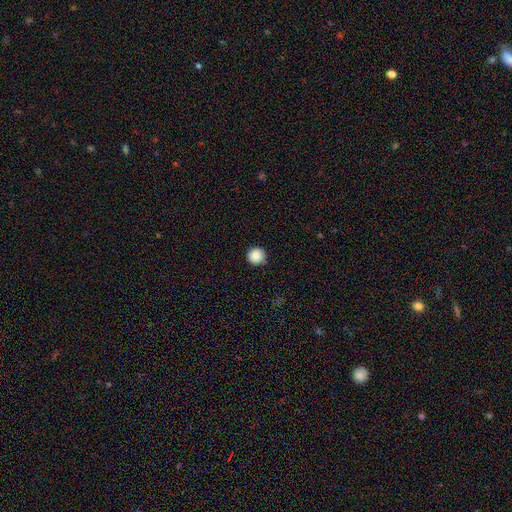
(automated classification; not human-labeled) A smooth galaxy with no disk features (88%) that is round (95%). Merging: none (91%).